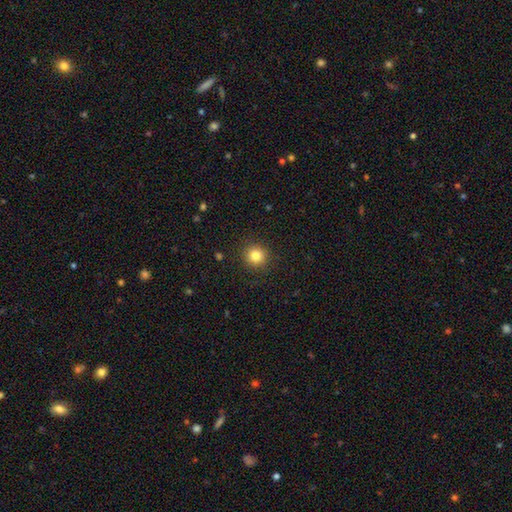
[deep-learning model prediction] A smooth galaxy with no disk features (82%) that is round (94%).

Vote fractions:
- Smooth or featured? smooth: 82% / star or artifact: 12% / featured or disk: 6%
- How rounded? round: 94% / in between: 5% / cigar-shaped: 1%
- Merging? none: 91% / minor disturbance: 6% / major disturbance: 2% / merger: 1%